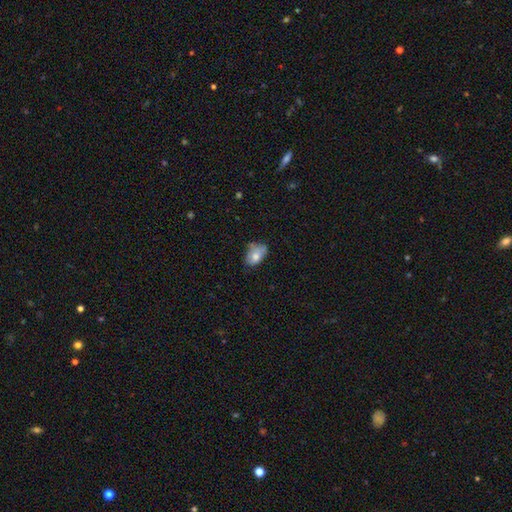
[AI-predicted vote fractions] The model was most divided on "merging": none: 44%, minor disturbance: 39%, major disturbance: 13%, merger: 5%. More confident: how rounded — in between (86%); smooth or featured — smooth (73%).